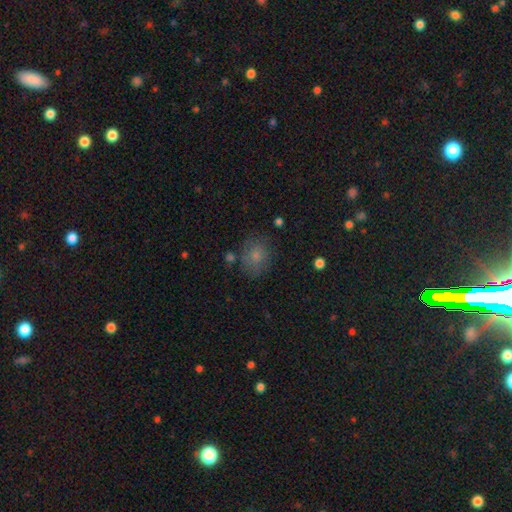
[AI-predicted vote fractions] Smooth or featured?
  - smooth: 75% *
  - featured or disk: 13%
  - star or artifact: 12%
How rounded?
  - round: 65% *
  - in between: 34%
  - cigar-shaped: 1%
Merging?
  - none: 72% *
  - minor disturbance: 17%
  - major disturbance: 6%
  - merger: 4%